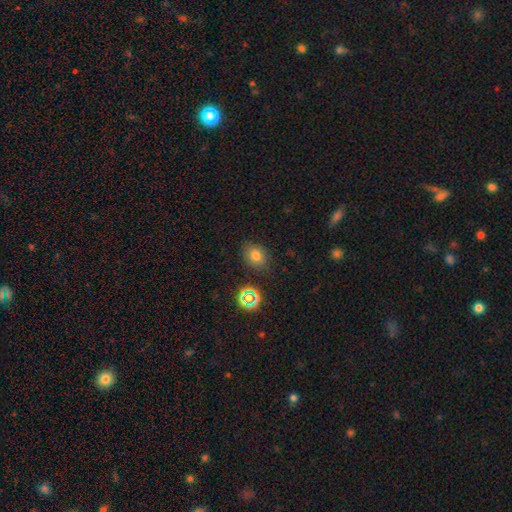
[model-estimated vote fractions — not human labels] Morphology: type=smooth (73%); roundness=in between (54%); merging=none (82%).